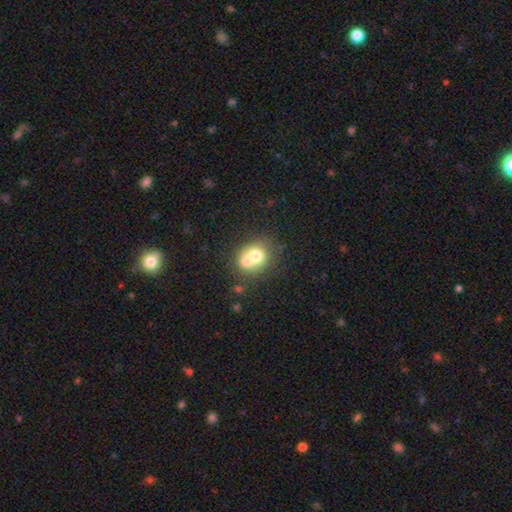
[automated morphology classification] Smooth or featured? Predicted: smooth (p=0.66). How rounded? Predicted: round (p=0.66). Merging? Predicted: merger (p=0.56).